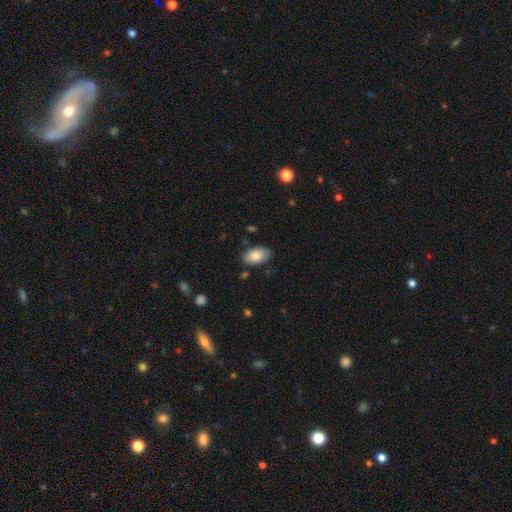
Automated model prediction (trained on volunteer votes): Q: Smooth or featured?
A: smooth (85%); runner-up: featured or disk (8%)
Q: How rounded?
A: in between (94%); runner-up: round (5%)
Q: Merging?
A: none (84%); runner-up: minor disturbance (11%)